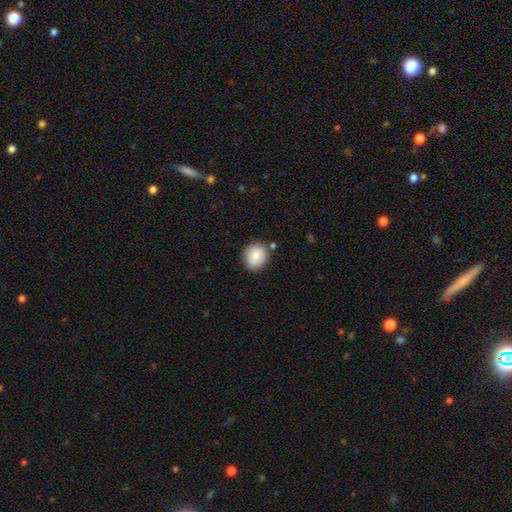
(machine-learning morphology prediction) smooth 85%, featured or disk 8%, star or artifact 8%. Down the decision tree: how rounded — round (74%); merging — none (80%).